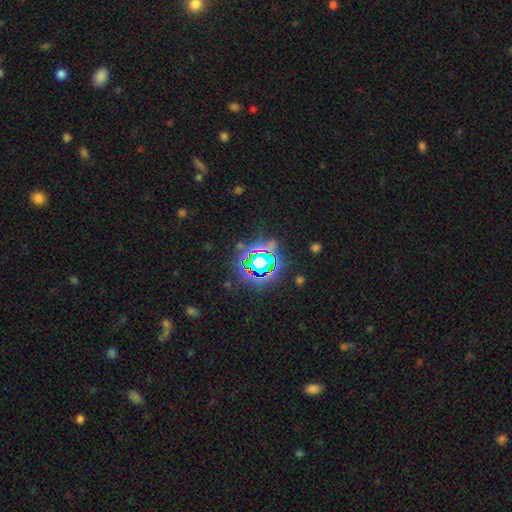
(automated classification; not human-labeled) Smooth or featured? Predicted: star or artifact (p=0.79).